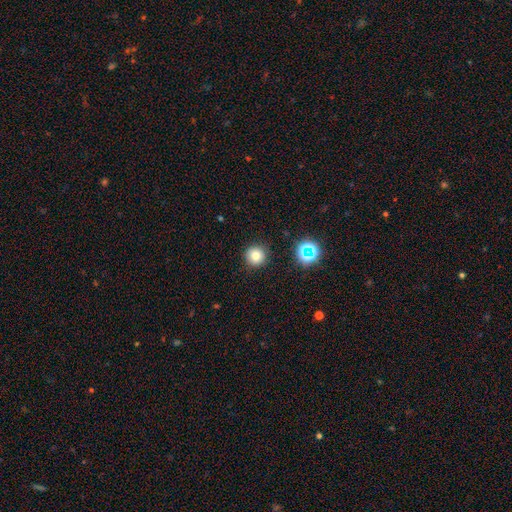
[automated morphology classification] smooth_or_featured: smooth (p=0.77) [alt: star or artifact p=0.16]
how_rounded: round (p=0.95) [alt: in between p=0.04]
merging: none (p=0.90) [alt: minor disturbance p=0.06]